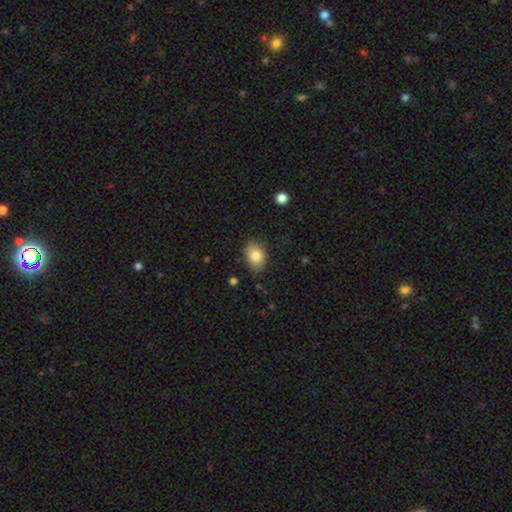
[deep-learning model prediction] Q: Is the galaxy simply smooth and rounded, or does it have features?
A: smooth — 83%.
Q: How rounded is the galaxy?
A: in between — 80%.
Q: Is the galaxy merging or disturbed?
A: none — 80%.